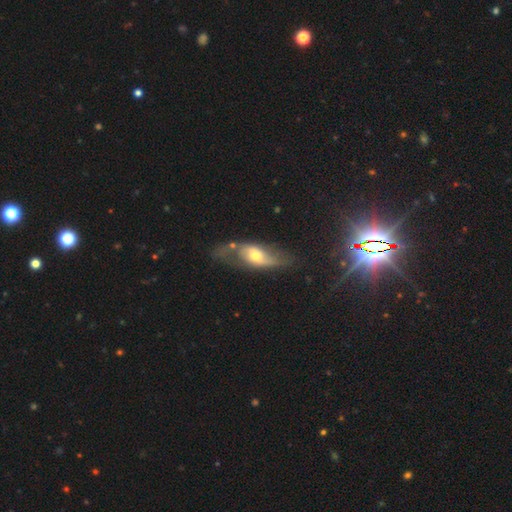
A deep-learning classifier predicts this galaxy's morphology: type=featured or disk (59%); edge-on=no (80%); merging=none (50%).